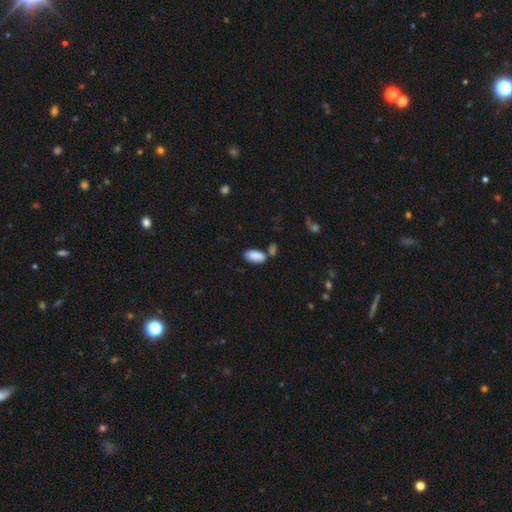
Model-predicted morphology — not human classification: The model was most divided on "merging": none: 66%, merger: 16%, minor disturbance: 14%, major disturbance: 4%. More confident: how rounded — in between (93%); smooth or featured — smooth (88%).